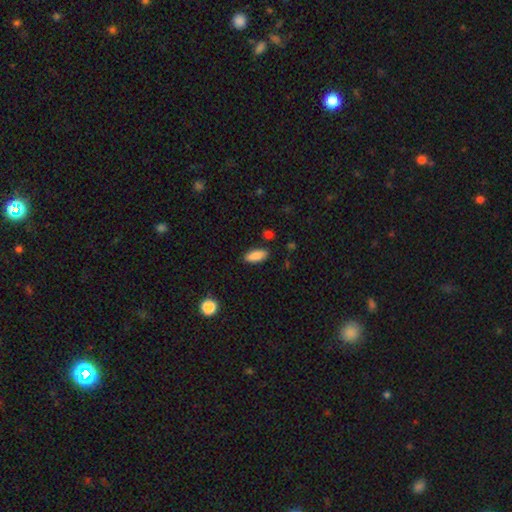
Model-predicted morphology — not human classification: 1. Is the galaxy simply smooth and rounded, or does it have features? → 87% smooth, 7% star or artifact, 6% featured or disk.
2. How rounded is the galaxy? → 81% in between, 17% cigar-shaped, 2% round.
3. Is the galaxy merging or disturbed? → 87% none, 9% minor disturbance, 2% major disturbance, 2% merger.